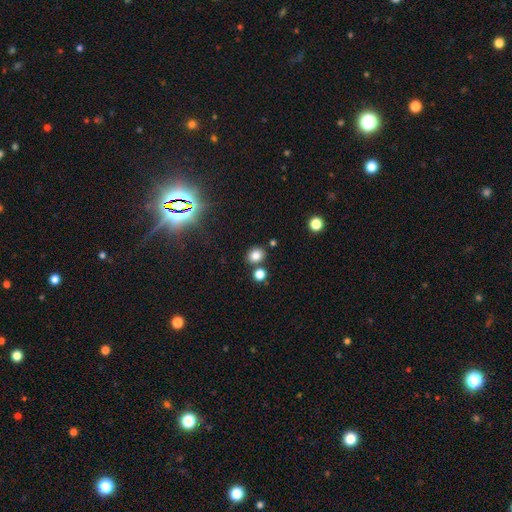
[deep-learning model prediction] smooth-or-featured: smooth: 80% | star or artifact: 14% | featured or disk: 6%
  how-rounded: round: 70% | in between: 29% | cigar-shaped: 1%
  merging: none: 77% | merger: 12% | minor disturbance: 9% | major disturbance: 3%